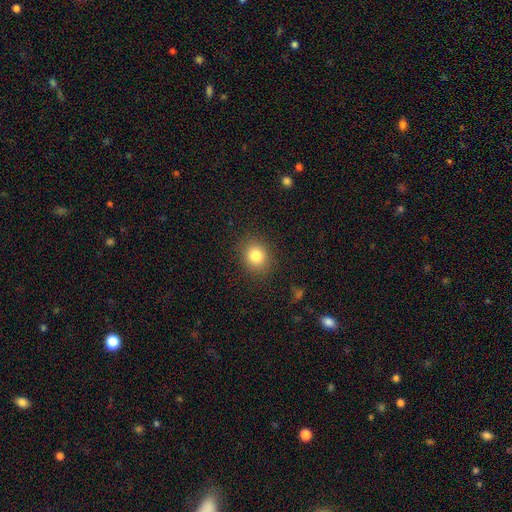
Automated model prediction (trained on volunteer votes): Smooth or featured? Predicted: smooth (p=0.82). How rounded? Predicted: round (p=0.72). Merging? Predicted: none (p=0.88).